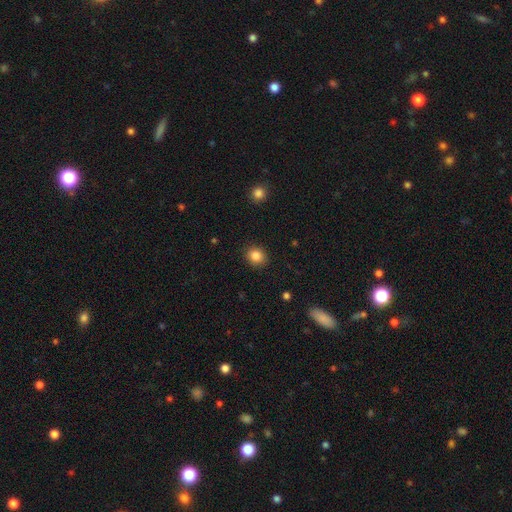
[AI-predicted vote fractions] smooth-or-featured: smooth: 85% | star or artifact: 10% | featured or disk: 5%
  how-rounded: round: 71% | in between: 29% | cigar-shaped: 1%
  merging: none: 89% | minor disturbance: 7% | major disturbance: 2% | merger: 1%